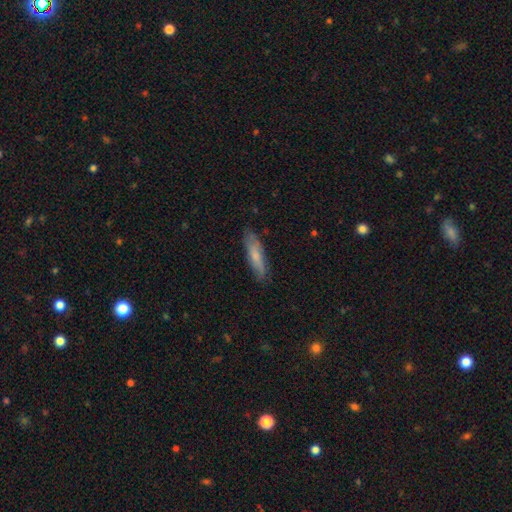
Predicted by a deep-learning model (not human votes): This is likely a smooth galaxy (68%). How rounded: likely cigar-shaped (71%). Merging: clearly none (80%).